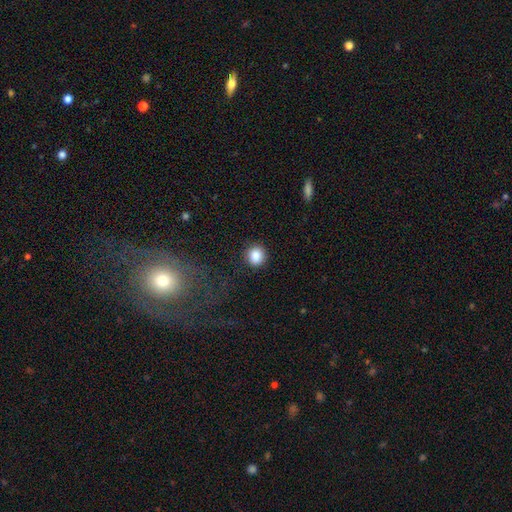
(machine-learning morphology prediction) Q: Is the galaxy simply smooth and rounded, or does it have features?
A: smooth — 86%.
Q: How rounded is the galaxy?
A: round — 85%.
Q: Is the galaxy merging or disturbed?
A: none — 87%.